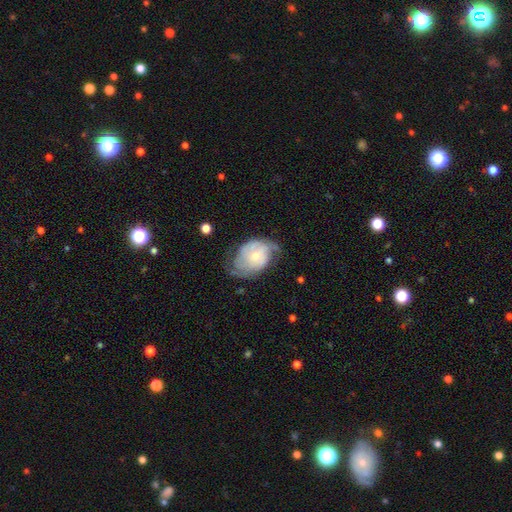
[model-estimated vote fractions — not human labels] Smooth or featured? featured or disk (71%)
Edge-on disk? no (97%)
Bar? no (73%)
Spiral arms? yes (86%)
Spiral winding? tight (38%, tied with medium)
Spiral arm count? 2 (55%)
Bulge size? small (52%)
Merging? none (48%)